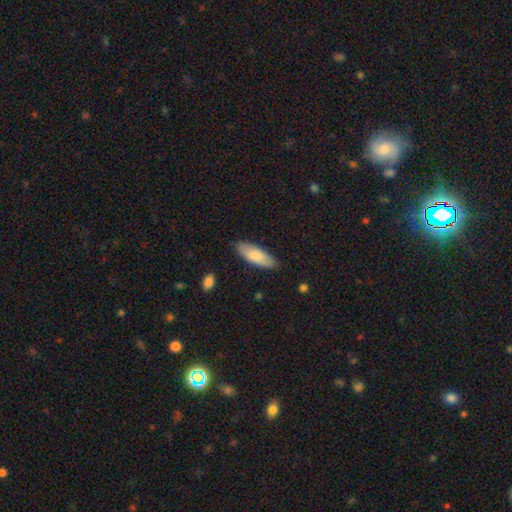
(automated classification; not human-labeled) Smooth or featured? smooth (81%)
How rounded? in between (68%)
Merging? none (84%)